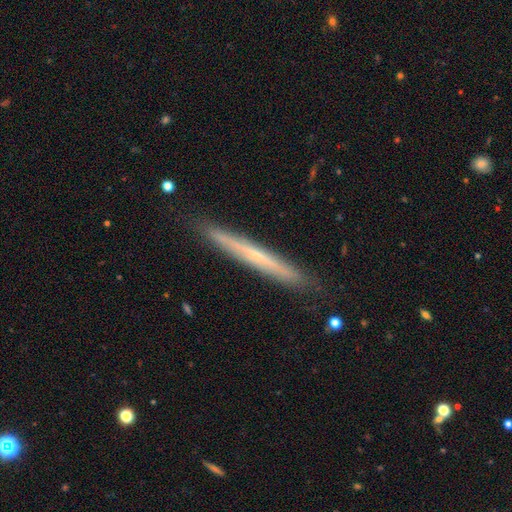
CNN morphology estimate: This is possibly a featured or disk galaxy (59%). It is clearly viewed edge-on (94%). Edge-on bulge: possibly none (57%). Merging: clearly none (88%).